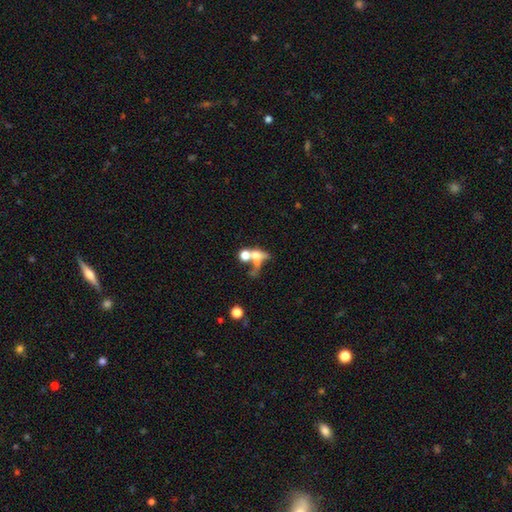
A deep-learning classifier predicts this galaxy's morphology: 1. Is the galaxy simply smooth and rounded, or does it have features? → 54% smooth, 32% featured or disk, 13% star or artifact.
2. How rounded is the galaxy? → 46% in between, 37% round, 16% cigar-shaped.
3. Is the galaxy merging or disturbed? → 49% merger, 22% major disturbance, 20% none, 9% minor disturbance.